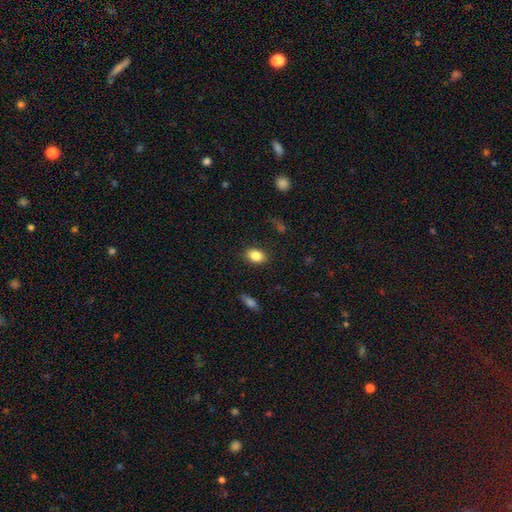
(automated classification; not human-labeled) This appears to be a smooth galaxy with no disk features (85%) that is in between round and cigar-shaped (83%). Merging: none (86%).